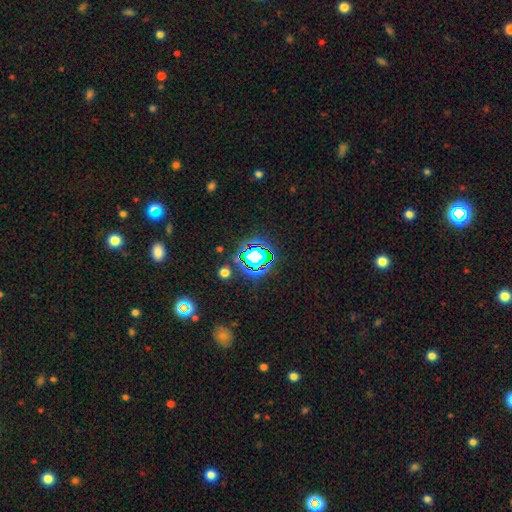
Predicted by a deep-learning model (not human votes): Smooth or featured? star or artifact (66%)